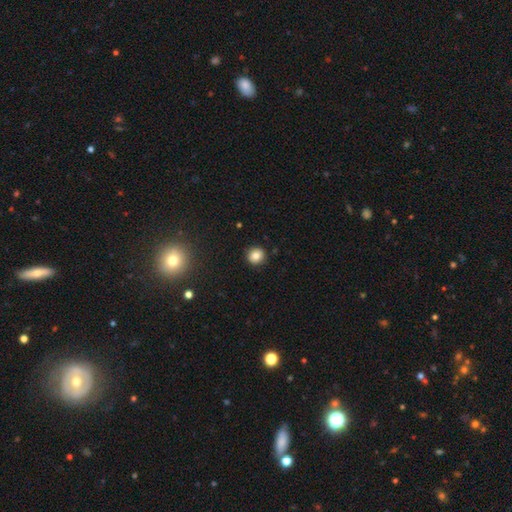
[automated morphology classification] smooth_or_featured: smooth (p=0.81) [alt: star or artifact p=0.12]
how_rounded: round (p=0.91) [alt: in between p=0.08]
merging: none (p=0.91) [alt: minor disturbance p=0.06]